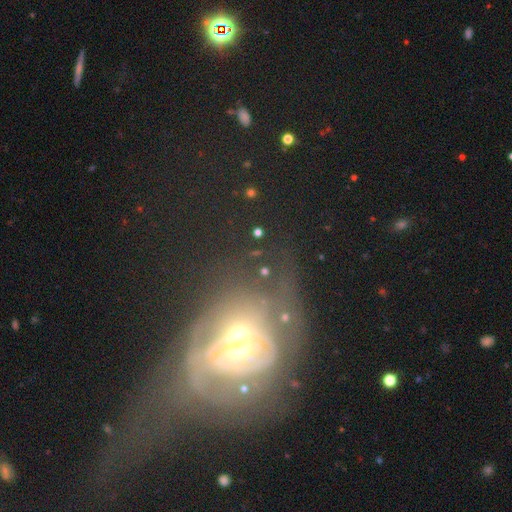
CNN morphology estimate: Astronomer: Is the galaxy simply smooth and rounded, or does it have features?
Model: featured or disk — 65%.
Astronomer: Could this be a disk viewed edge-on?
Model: no — 92%.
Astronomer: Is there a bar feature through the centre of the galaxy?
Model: no — 69%.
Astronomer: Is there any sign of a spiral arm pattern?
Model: yes — 65%.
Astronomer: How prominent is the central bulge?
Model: moderate — 48% (runner-up: small, 39%).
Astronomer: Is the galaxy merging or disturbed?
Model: major disturbance — 39% (runner-up: none, 34%).